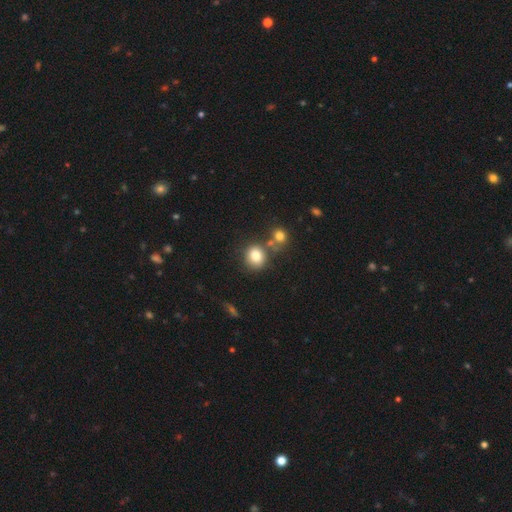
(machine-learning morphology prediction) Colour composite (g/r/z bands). It shows a smooth galaxy with no disk features (82%) that is round (74%). Merging: none (62%).